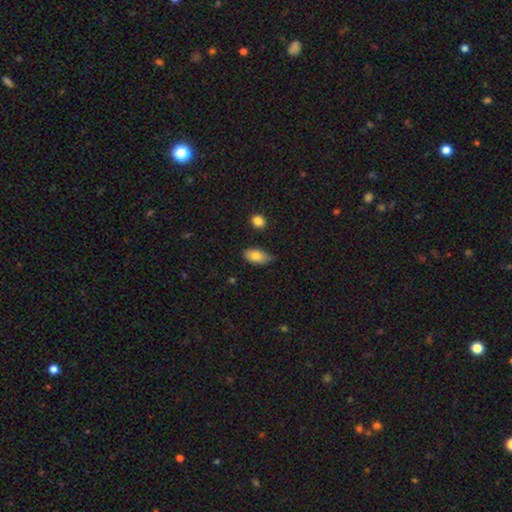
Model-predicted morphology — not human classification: The model was most divided on "merging": none: 66%, minor disturbance: 28%, major disturbance: 4%, merger: 2%. More confident: how rounded — in between (91%); smooth or featured — smooth (80%).